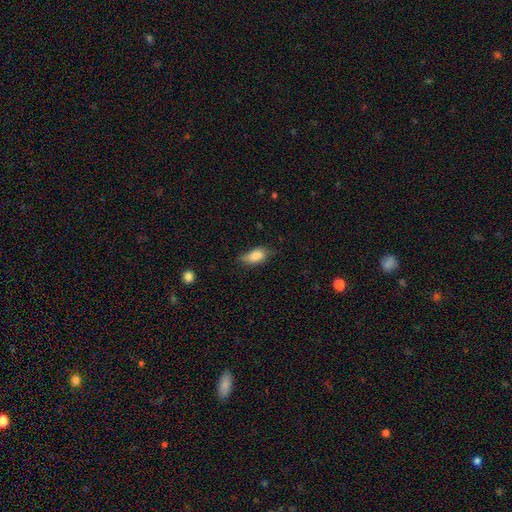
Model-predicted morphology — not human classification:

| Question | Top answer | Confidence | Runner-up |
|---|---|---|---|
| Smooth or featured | smooth | 84% | featured or disk (8%) |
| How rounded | in between | 89% | cigar-shaped (6%) |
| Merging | none | 52% | minor disturbance (37%) |